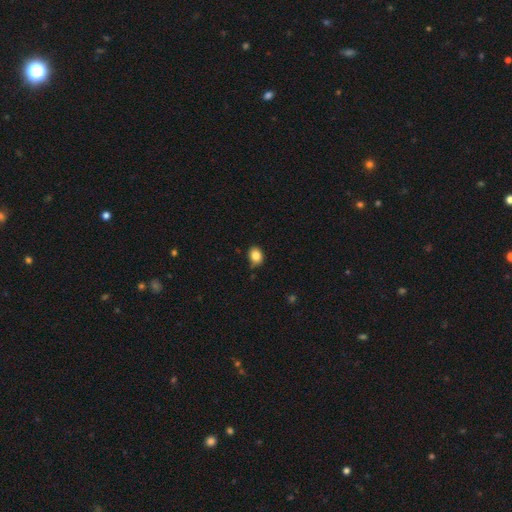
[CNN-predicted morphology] Smooth or featured? smooth (84%)
How rounded? in between (53%)
Merging? none (80%)